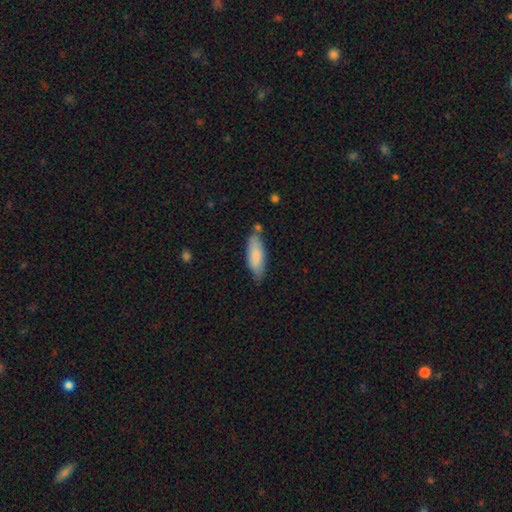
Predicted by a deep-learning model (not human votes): Q: Smooth or featured?
A: smooth (83%); runner-up: featured or disk (12%)
Q: How rounded?
A: in between (62%); runner-up: cigar-shaped (37%)
Q: Merging?
A: none (71%); runner-up: minor disturbance (21%)